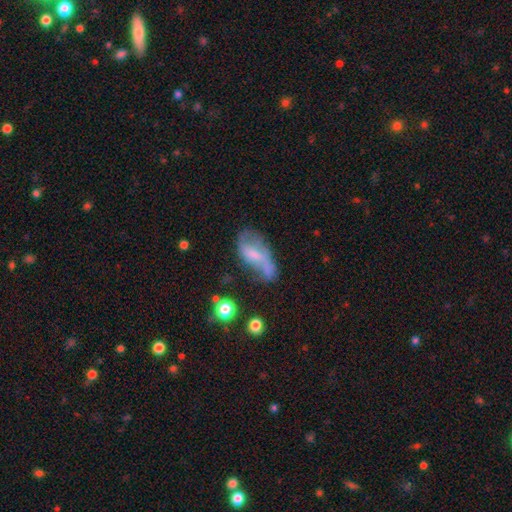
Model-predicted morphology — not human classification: Smooth or featured?
  - featured or disk: 53% *
  - smooth: 37%
  - star or artifact: 10%
Edge-on disk?
  - no: 90% *
  - yes: 10%
Merging?
  - major disturbance: 30% * (tied)
  - none: 30% * (tied)
  - minor disturbance: 27%
  - merger: 12%